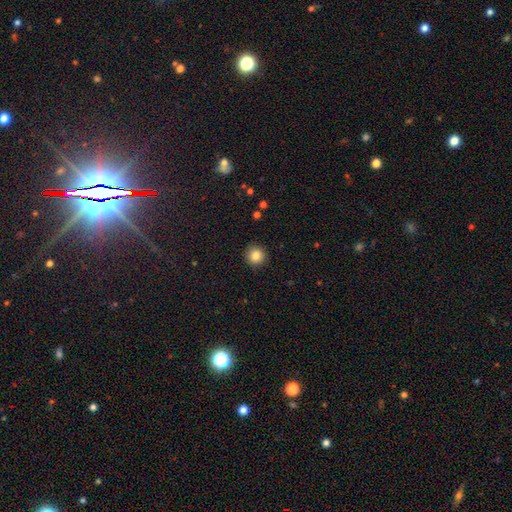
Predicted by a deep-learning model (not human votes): Q: Smooth or featured?
A: smooth (84%); runner-up: star or artifact (10%)
Q: How rounded?
A: round (95%); runner-up: in between (4%)
Q: Merging?
A: none (92%); runner-up: minor disturbance (5%)